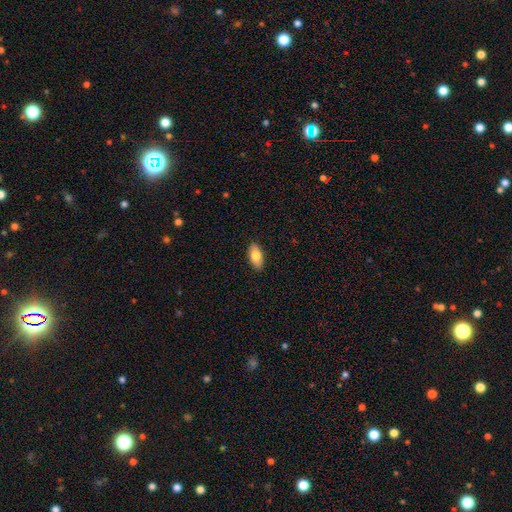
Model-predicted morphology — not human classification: type=smooth (80%); roundness=in between (91%); merging=none (90%).